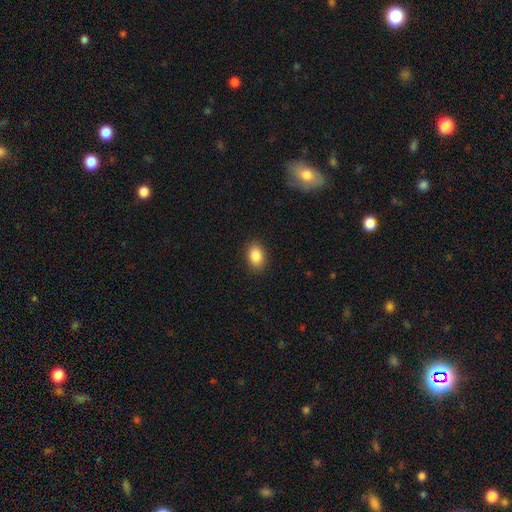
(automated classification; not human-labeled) Smooth or featured? Predicted: smooth (p=0.87). How rounded? Predicted: in between (p=0.79). Merging? Predicted: none (p=0.89).